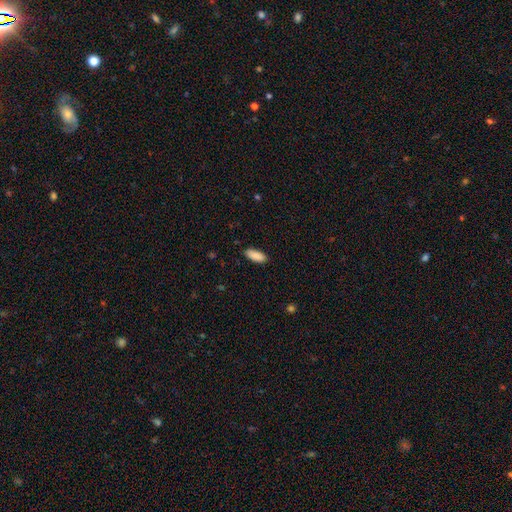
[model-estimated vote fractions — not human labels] smooth-or-featured: smooth: 90% | star or artifact: 6% | featured or disk: 4%
  how-rounded: in between: 80% | cigar-shaped: 18% | round: 2%
  merging: none: 88% | minor disturbance: 9% | major disturbance: 2% | merger: 1%